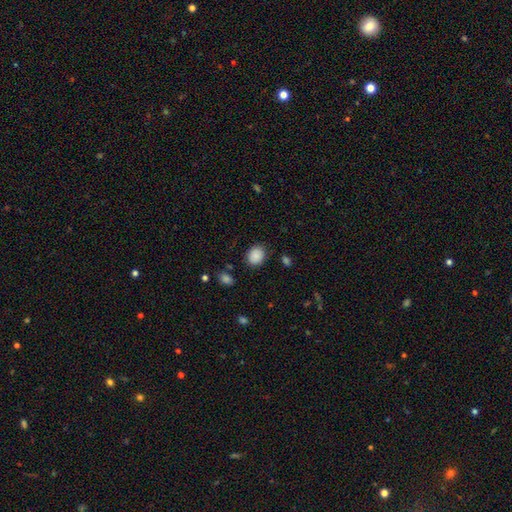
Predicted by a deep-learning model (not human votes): Overall: smooth (88%). How rounded: round (58%; in between 41%). Merging: none (83%).